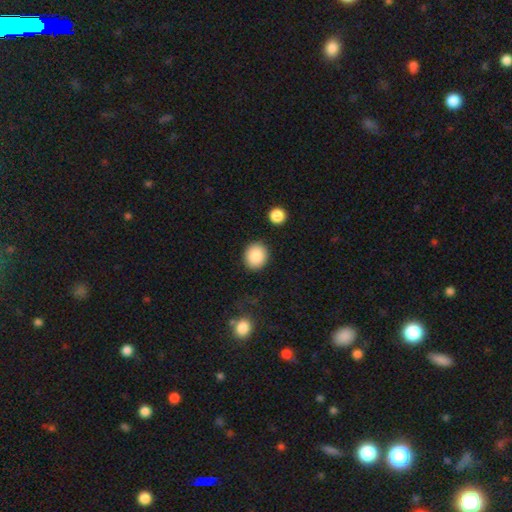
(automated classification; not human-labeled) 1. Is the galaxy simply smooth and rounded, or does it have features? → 89% smooth, 8% star or artifact, 4% featured or disk.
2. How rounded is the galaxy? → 76% round, 23% in between, 1% cigar-shaped.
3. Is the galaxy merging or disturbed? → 87% none, 8% minor disturbance, 3% major disturbance, 2% merger.